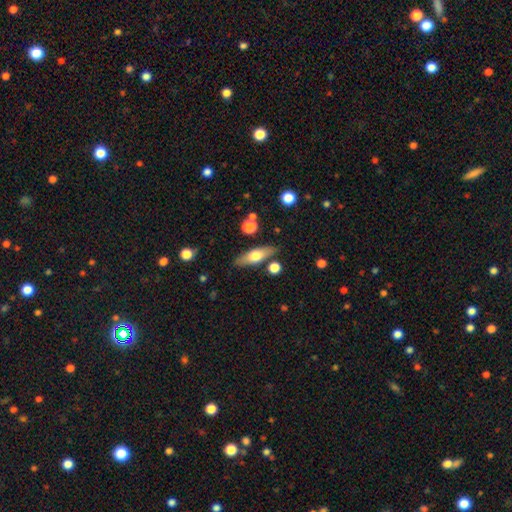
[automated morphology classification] Smooth or featured? smooth (56%)
How rounded? in between (51%)
Merging? none (82%)